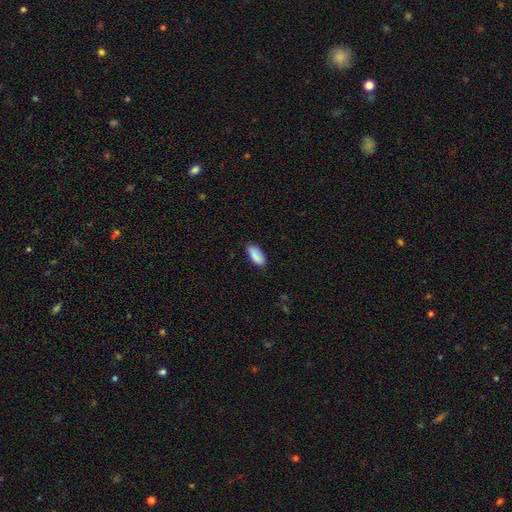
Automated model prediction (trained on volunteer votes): Smooth or featured: smooth — 88% (star or artifact — 6%)
How rounded: in between — 87% (cigar-shaped — 11%)
Merging: none — 81% (minor disturbance — 16%)